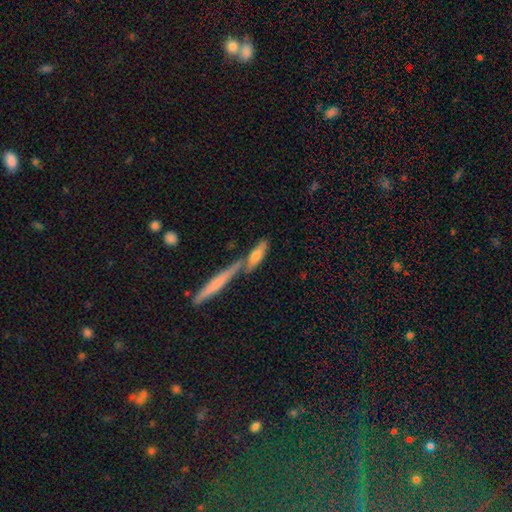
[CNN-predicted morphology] smooth-or-featured: smooth: 63% | featured or disk: 30% | star or artifact: 7%
  how-rounded: cigar-shaped: 67% | in between: 30% | round: 3%
  merging: none: 50% | merger: 35% | minor disturbance: 11% | major disturbance: 4%